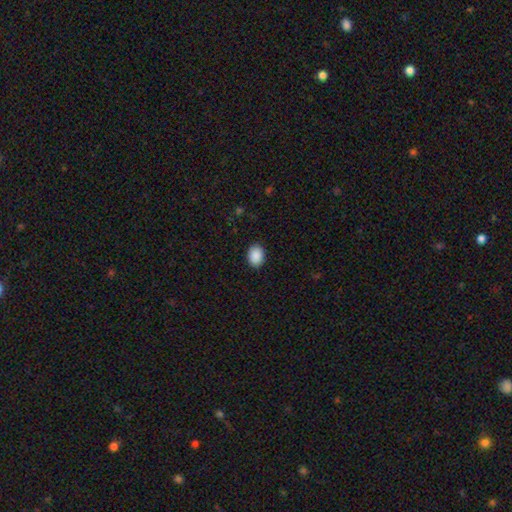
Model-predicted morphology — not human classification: Smooth or featured? Predicted: smooth (p=0.90). How rounded? Predicted: in between (p=0.66). Merging? Predicted: none (p=0.90).